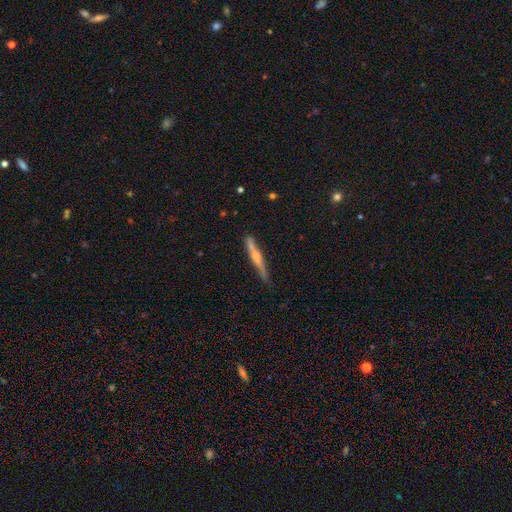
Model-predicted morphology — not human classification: This appears to be a featured or disk galaxy (52%) viewed edge-on (95%). Merging: none (72%).